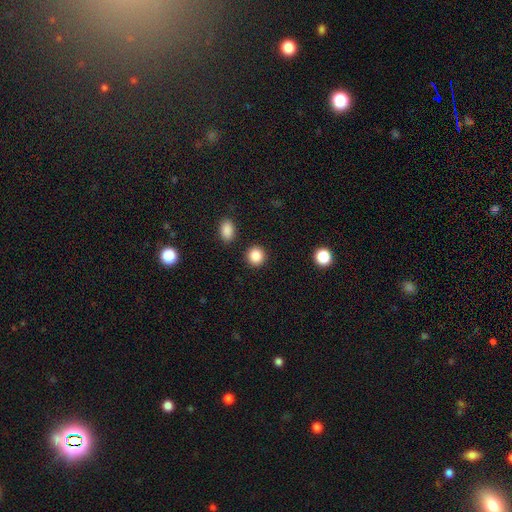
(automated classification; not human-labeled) A smooth galaxy with no disk features (88%) that is round (90%). Merging: none (90%).